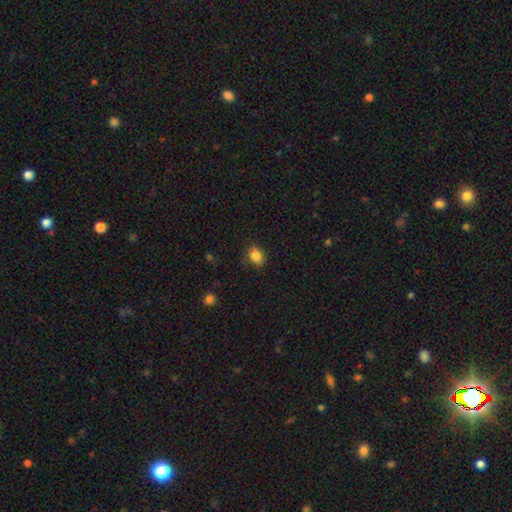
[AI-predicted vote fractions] The model was most divided on "how rounded": in between: 61%, round: 38%, cigar-shaped: 1%. More confident: smooth or featured — smooth (85%); merging — none (77%).